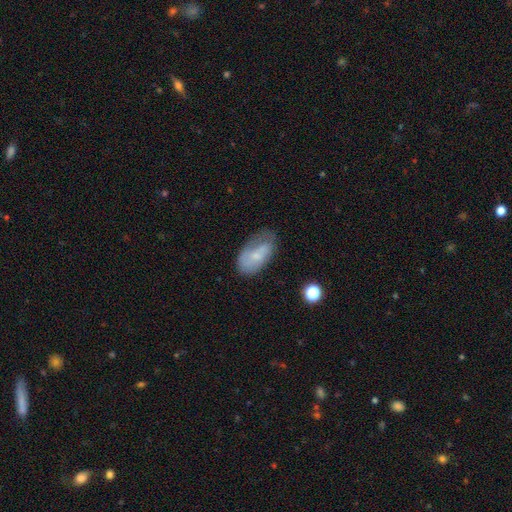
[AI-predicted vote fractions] Smooth or featured? Predicted: smooth (p=0.57). How rounded? Predicted: in between (p=0.93). Merging? Predicted: none (p=0.49).